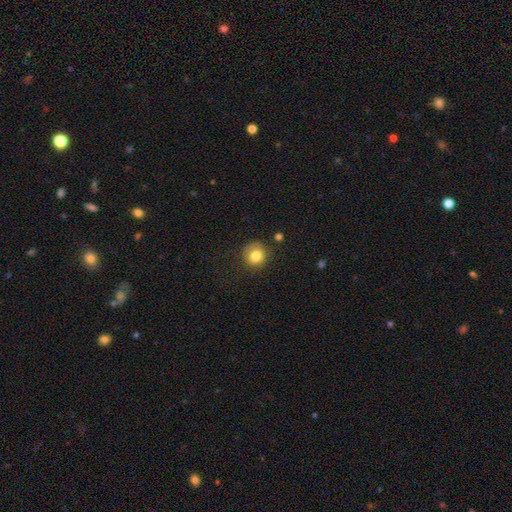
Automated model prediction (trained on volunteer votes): Smooth or featured? smooth (81%)
How rounded? round (88%)
Merging? none (73%)